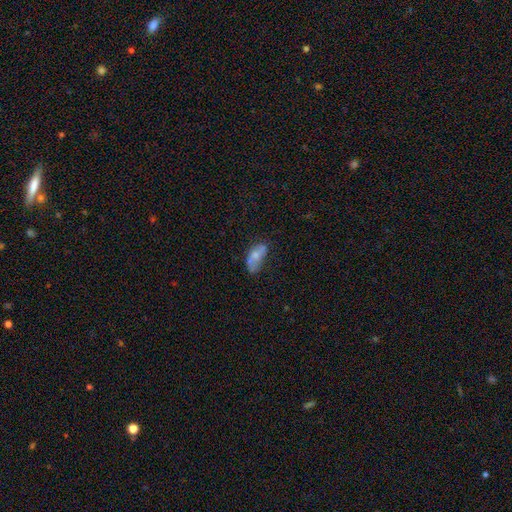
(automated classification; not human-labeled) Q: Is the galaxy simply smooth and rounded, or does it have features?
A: smooth — 59%.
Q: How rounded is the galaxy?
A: in between — 89%.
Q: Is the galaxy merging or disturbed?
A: none — 36%.